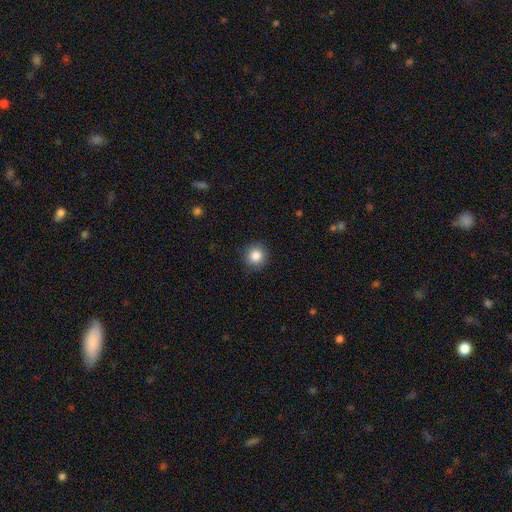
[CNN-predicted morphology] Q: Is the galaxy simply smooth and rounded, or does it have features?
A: smooth — 85%.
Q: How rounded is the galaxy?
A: round — 91%.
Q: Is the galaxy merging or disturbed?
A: none — 87%.